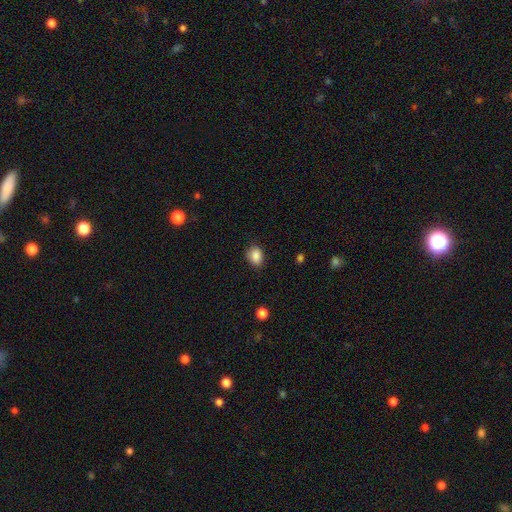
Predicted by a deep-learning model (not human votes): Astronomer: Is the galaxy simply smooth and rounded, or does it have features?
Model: smooth — 87%.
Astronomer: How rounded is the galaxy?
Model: in between — 66%.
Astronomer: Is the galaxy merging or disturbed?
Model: none — 79%.